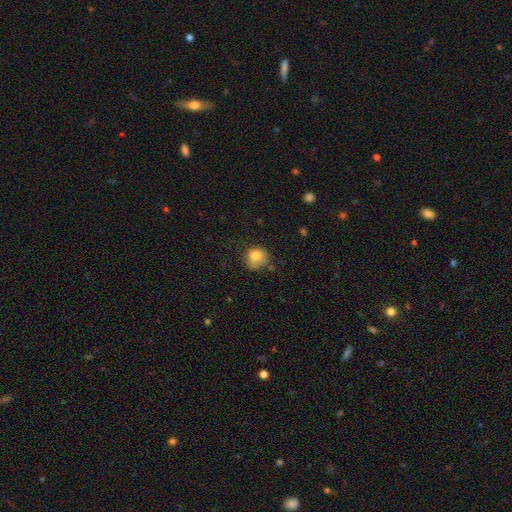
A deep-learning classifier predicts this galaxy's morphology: Smooth or featured? Predicted: smooth (p=0.80). How rounded? Predicted: round (p=0.72). Merging? Predicted: none (p=0.48).